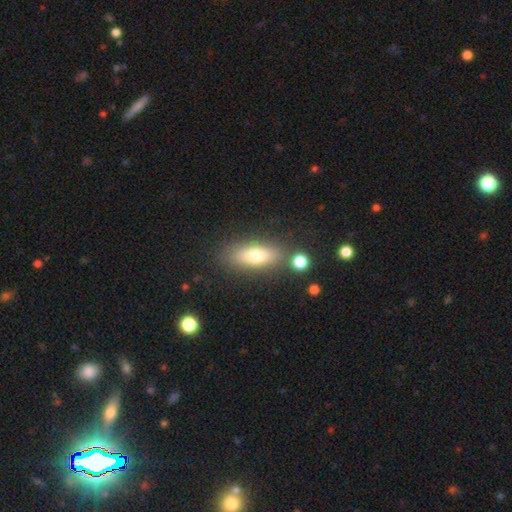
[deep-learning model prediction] This appears to be a smooth galaxy with no disk features (70%) that is in between round and cigar-shaped (67%). Merging: none (77%).